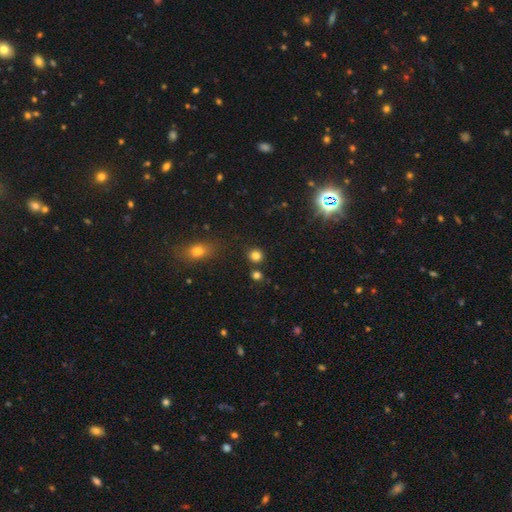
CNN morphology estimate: Smooth or featured? Predicted: smooth (p=0.80). How rounded? Predicted: round (p=0.88). Merging? Predicted: none (p=0.83).